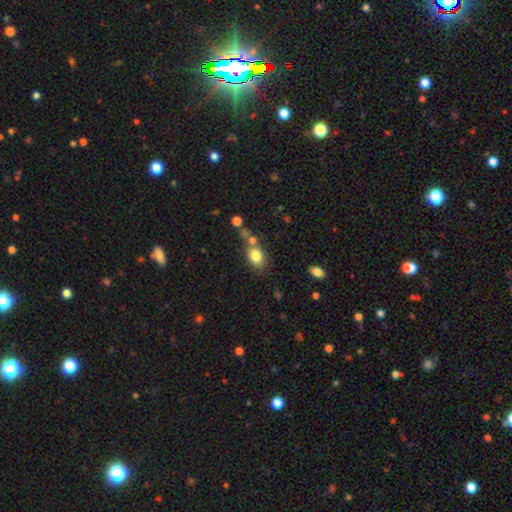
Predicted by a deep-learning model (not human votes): Overall: smooth (80%). How rounded: in between (68%; round 30%). Merging: none (57%; merger 22%).